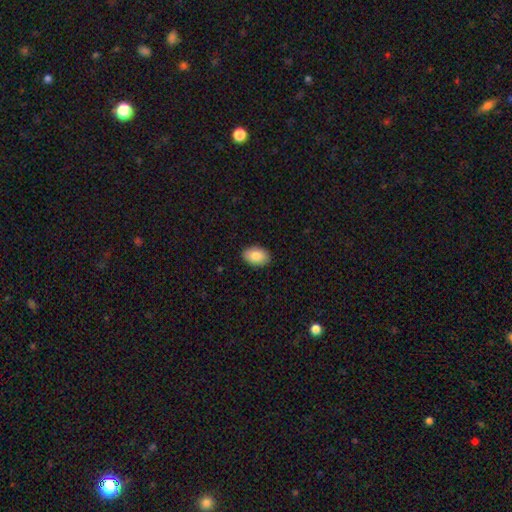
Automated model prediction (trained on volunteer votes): Morphology: type=smooth (85%); roundness=in between (90%); merging=none (89%).